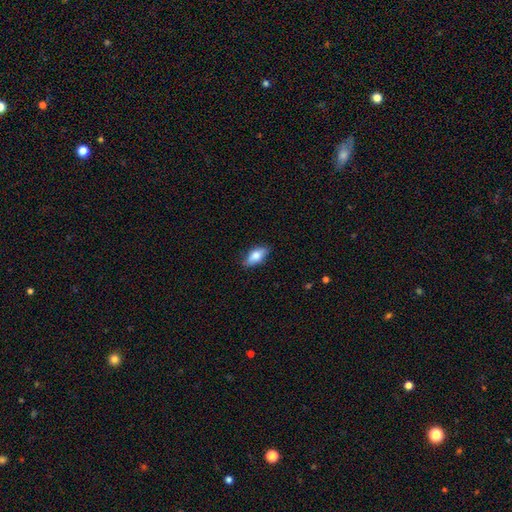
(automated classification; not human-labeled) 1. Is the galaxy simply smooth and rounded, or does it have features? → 78% smooth, 15% featured or disk, 7% star or artifact.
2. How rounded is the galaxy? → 86% in between, 10% cigar-shaped, 4% round.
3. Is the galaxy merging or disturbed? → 83% none, 14% minor disturbance, 3% major disturbance, 1% merger.